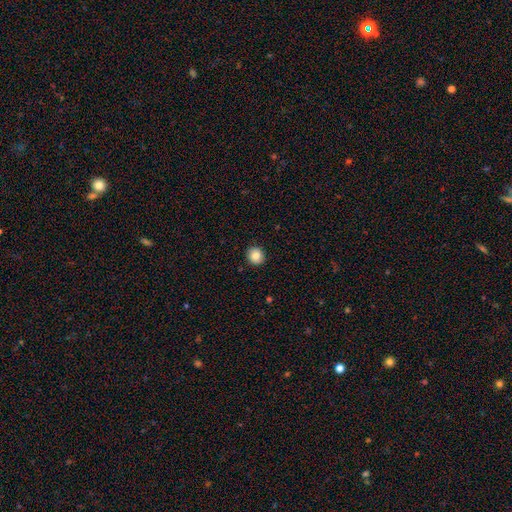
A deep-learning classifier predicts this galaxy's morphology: Smooth or featured?
  - smooth: 85% *
  - star or artifact: 9%
  - featured or disk: 6%
How rounded?
  - round: 83% *
  - in between: 16%
  - cigar-shaped: 1%
Merging?
  - none: 90% *
  - minor disturbance: 7%
  - major disturbance: 2%
  - merger: 1%